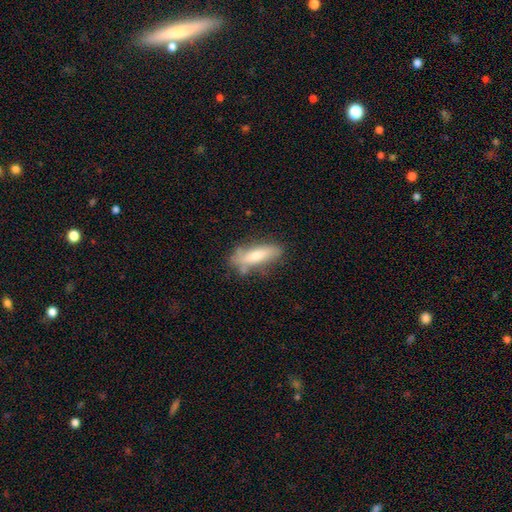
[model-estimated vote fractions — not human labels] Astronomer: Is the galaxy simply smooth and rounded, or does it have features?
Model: smooth — 68%.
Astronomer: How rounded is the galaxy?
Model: cigar-shaped — 57% (runner-up: in between, 41%).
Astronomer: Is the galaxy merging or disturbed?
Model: none — 66%.